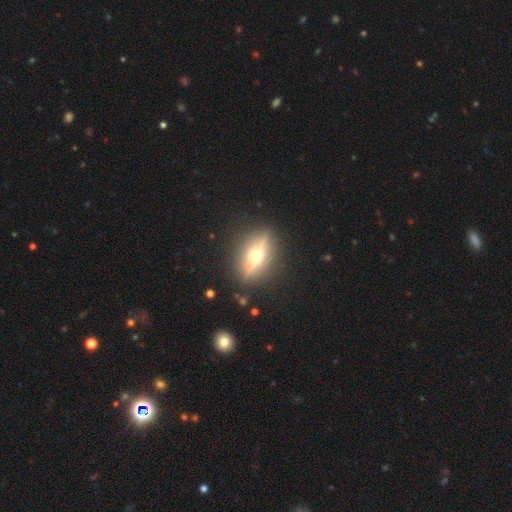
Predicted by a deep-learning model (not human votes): Smooth or featured?
  - featured or disk: 69% *
  - smooth: 23%
  - star or artifact: 8%
Edge-on disk?
  - yes: 84% *
  - no: 16%
Edge-on bulge?
  - rounded: 95% *
  - boxy: 3%
  - none: 2%
Merging?
  - none: 85% *
  - minor disturbance: 10%
  - major disturbance: 4%
  - merger: 2%